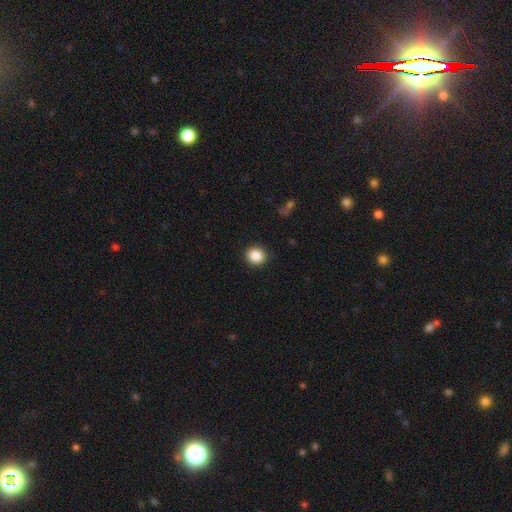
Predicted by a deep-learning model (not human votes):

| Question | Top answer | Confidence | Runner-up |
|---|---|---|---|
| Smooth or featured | smooth | 87% | star or artifact (9%) |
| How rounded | round | 87% | in between (12%) |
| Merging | none | 91% | minor disturbance (6%) |